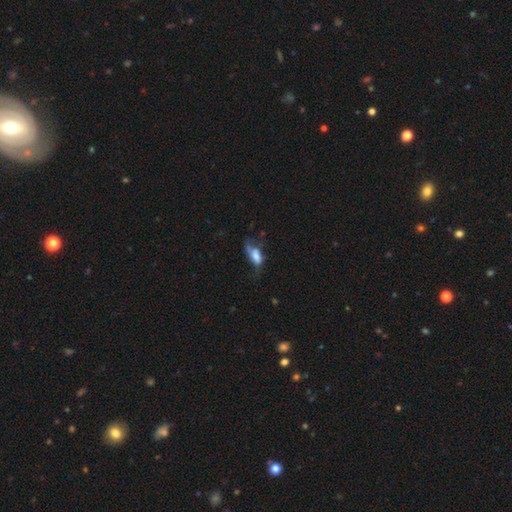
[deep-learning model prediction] This appears to be a smooth galaxy with no disk features (58%) that is in between round and cigar-shaped (82%). Merging: major disturbance (40%).